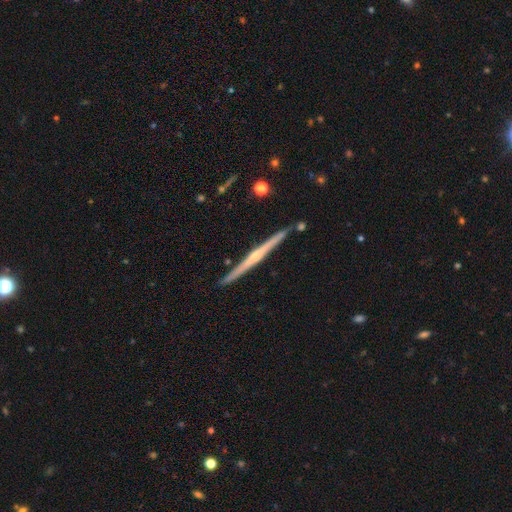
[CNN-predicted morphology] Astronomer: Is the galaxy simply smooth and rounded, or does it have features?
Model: featured or disk — 77%.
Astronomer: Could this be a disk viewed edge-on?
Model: yes — 99%.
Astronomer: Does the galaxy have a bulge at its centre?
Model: rounded — 59%.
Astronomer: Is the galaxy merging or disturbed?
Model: none — 90%.